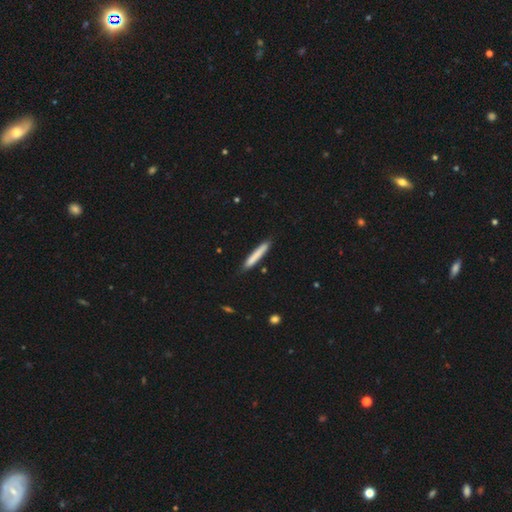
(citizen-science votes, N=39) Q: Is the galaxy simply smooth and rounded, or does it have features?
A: smooth — 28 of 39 (72%).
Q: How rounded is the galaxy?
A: cigar-shaped — 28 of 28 (100%).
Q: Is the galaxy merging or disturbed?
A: none — 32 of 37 (86%).